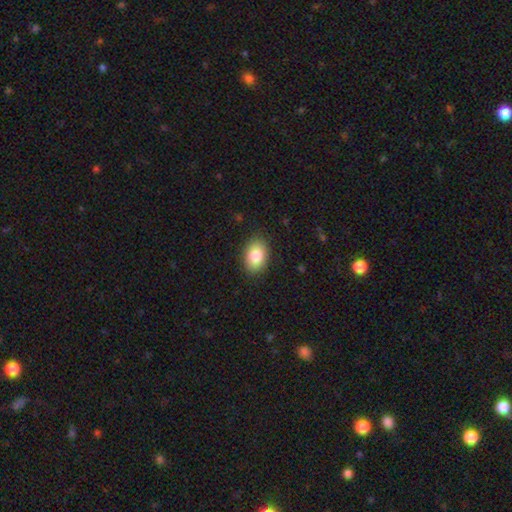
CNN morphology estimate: Smooth or featured? Predicted: smooth (p=0.85). How rounded? Predicted: in between (p=0.88). Merging? Predicted: none (p=0.87).